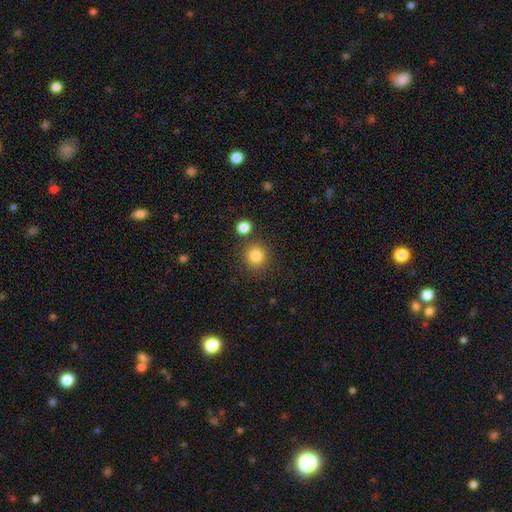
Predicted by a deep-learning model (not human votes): Smooth or featured? smooth (84%)
How rounded? round (91%)
Merging? none (82%)